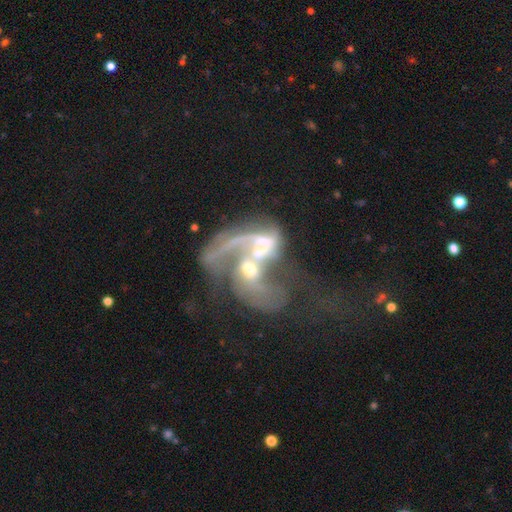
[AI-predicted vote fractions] smooth-or-featured: featured or disk: 81% | smooth: 11% | star or artifact: 8%
  disk-edge-on: no: 96% | yes: 4%
    bar: no: 57% | weak: 30% | strong: 13%
    has-spiral-arms: yes: 81% | no: 19%
      spiral-winding: loose: 58% | medium: 30% | tight: 11%
      spiral-arm-count: 2: 44% | 1: 32% | can't tell: 16% | 3: 4% | 4: 2% | more than 4: 2%
    bulge-size: moderate: 55% | small: 28% | large: 8% | none: 7% | dominant: 2%
  merging: merger: 74% | major disturbance: 15% | none: 7% | minor disturbance: 4%